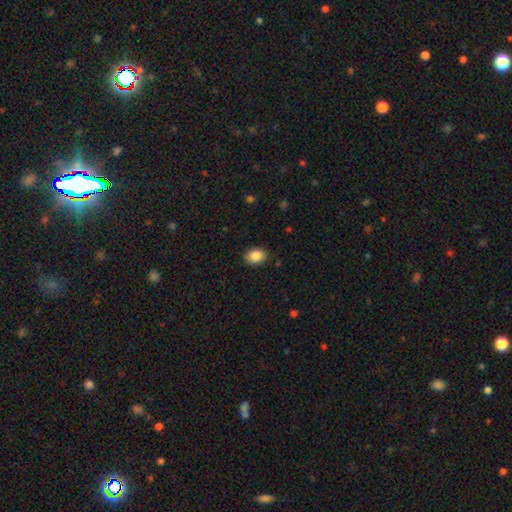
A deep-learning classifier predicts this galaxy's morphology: A smooth galaxy with no disk features (88%) that is in between round and cigar-shaped (63%). Merging: none (88%).